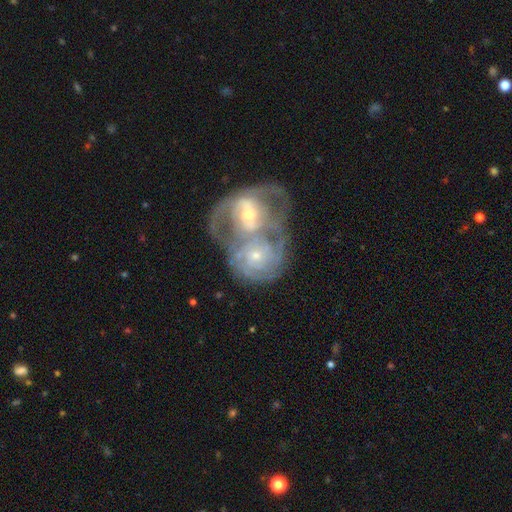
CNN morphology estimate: smooth_or_featured: featured or disk (p=0.77) [alt: smooth p=0.16]
disk_edge_on: no (p=0.96) [alt: yes p=0.04]
bar: no (p=0.64) [alt: weak p=0.27]
has_spiral_arms: yes (p=0.82) [alt: no p=0.18]
spiral_winding: tight (p=0.57) [alt: medium p=0.32]
spiral_arm_count: can't tell (p=0.49) [alt: 2 p=0.22]
bulge_size: small (p=0.61) [alt: moderate p=0.33]
merging: merger (p=0.79) [alt: none p=0.11]